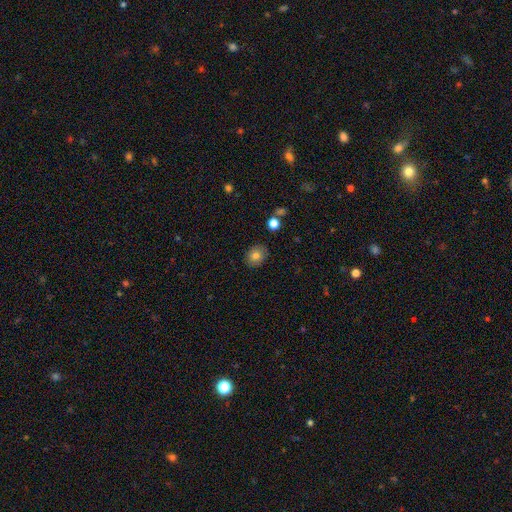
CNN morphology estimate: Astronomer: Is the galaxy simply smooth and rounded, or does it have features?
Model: smooth — 80%.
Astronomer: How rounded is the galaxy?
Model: round — 64%.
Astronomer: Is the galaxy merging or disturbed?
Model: none — 87%.